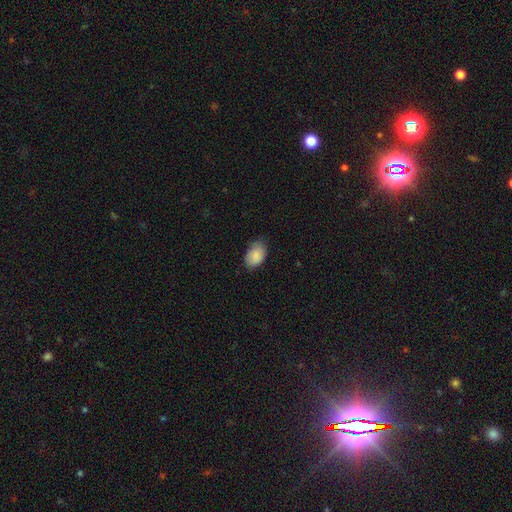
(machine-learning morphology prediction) Smooth or featured? Predicted: smooth (p=0.87). How rounded? Predicted: in between (p=0.88). Merging? Predicted: none (p=0.69).